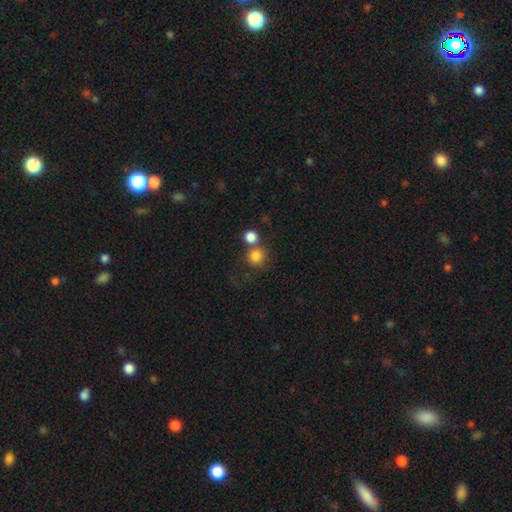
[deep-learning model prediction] Q: Smooth or featured?
A: smooth (81%); runner-up: star or artifact (12%)
Q: How rounded?
A: round (92%); runner-up: in between (7%)
Q: Merging?
A: none (57%); runner-up: merger (30%)